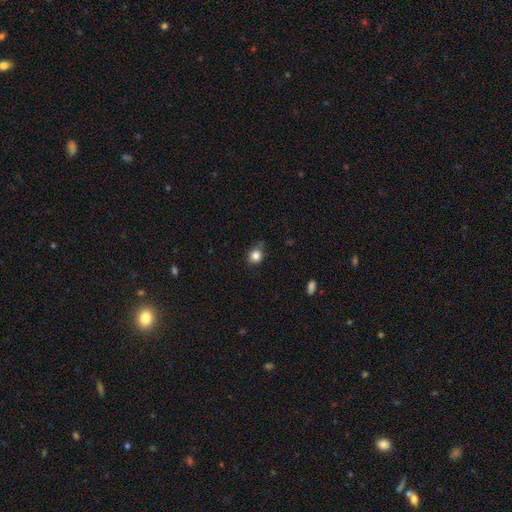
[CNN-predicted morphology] Smooth or featured: smooth — 83% (star or artifact — 11%)
How rounded: round — 76% (in between — 23%)
Merging: none — 67% (minor disturbance — 26%)